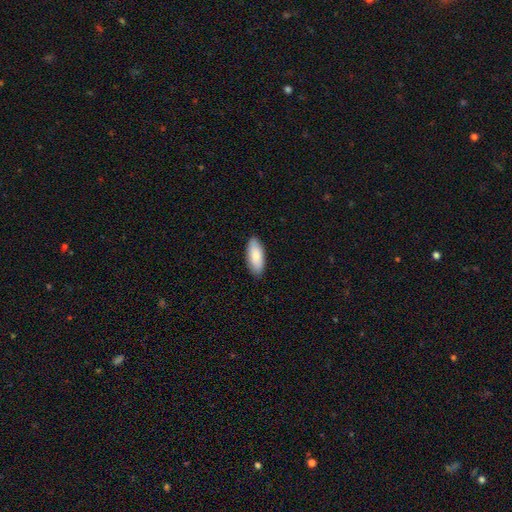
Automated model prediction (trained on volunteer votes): This is clearly a smooth galaxy (82%). How rounded: clearly in between (84%). Merging: clearly none (88%).